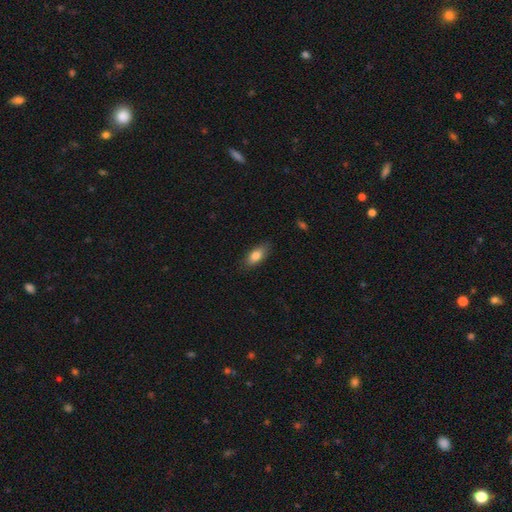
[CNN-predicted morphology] Overall: smooth (81%). How rounded: in between (83%). Merging: none (82%).